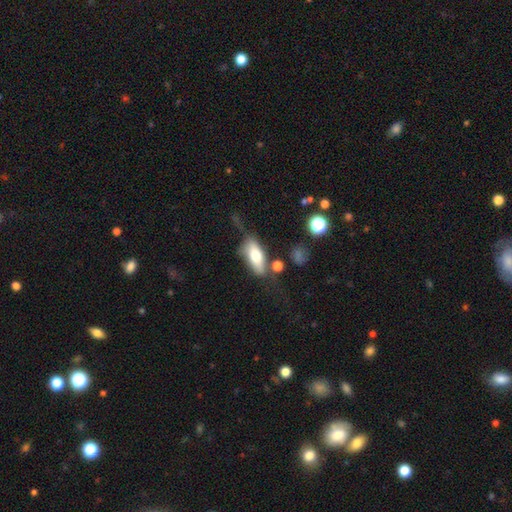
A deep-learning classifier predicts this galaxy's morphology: Smooth or featured? Predicted: smooth (p=0.66). How rounded? Predicted: in between (p=0.80). Merging? Predicted: none (p=0.50).